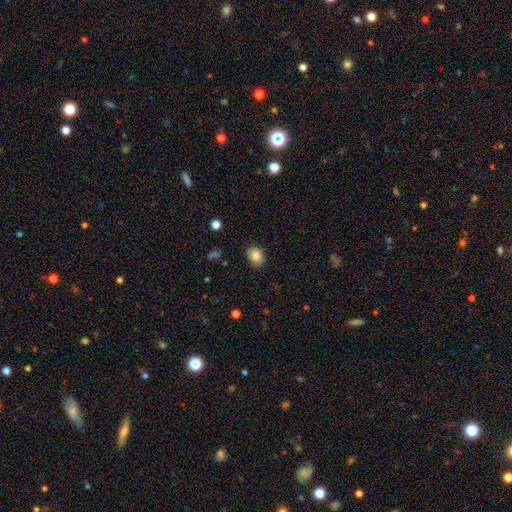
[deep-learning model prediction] Smooth or featured?
  - smooth: 85% *
  - star or artifact: 9%
  - featured or disk: 6%
How rounded?
  - in between: 60% *
  - round: 39%
  - cigar-shaped: 1%
Merging?
  - none: 84% *
  - minor disturbance: 12%
  - major disturbance: 3%
  - merger: 1%